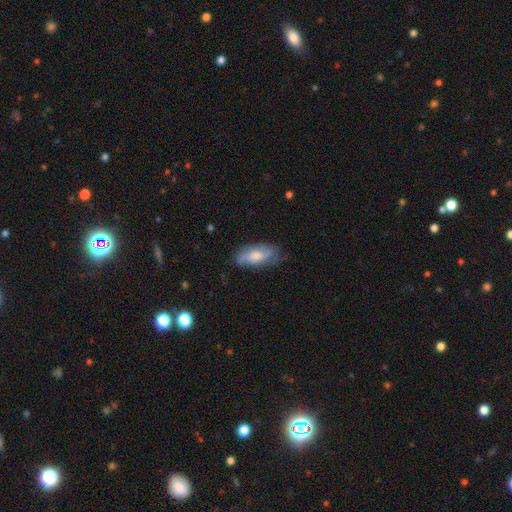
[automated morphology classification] smooth-or-featured: smooth: 59% | featured or disk: 34% | star or artifact: 7%
  how-rounded: in between: 83% | cigar-shaped: 14% | round: 3%
  merging: none: 64% | minor disturbance: 27% | major disturbance: 8% | merger: 2%